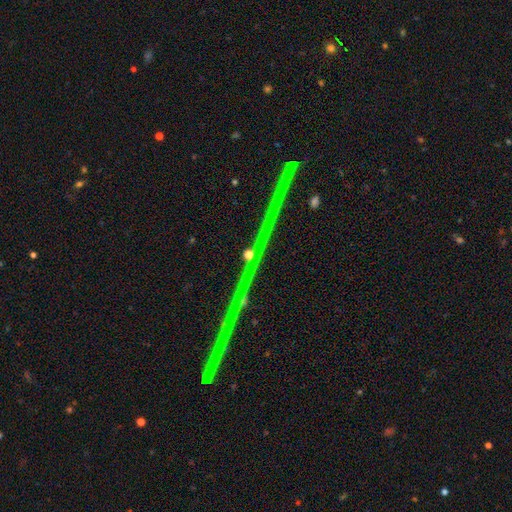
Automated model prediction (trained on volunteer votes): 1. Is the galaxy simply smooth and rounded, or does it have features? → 72% star or artifact, 19% featured or disk, 9% smooth.